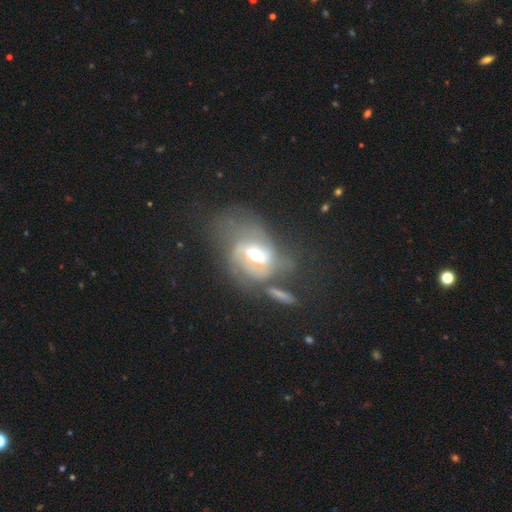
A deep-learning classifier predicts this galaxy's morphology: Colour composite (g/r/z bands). It shows a featured or disk galaxy (73%) with a weak bar (47%), 2 (50%) medium (41%) spiral arms (76%) and a moderate central bulge (66%). Merging: major disturbance (34%).